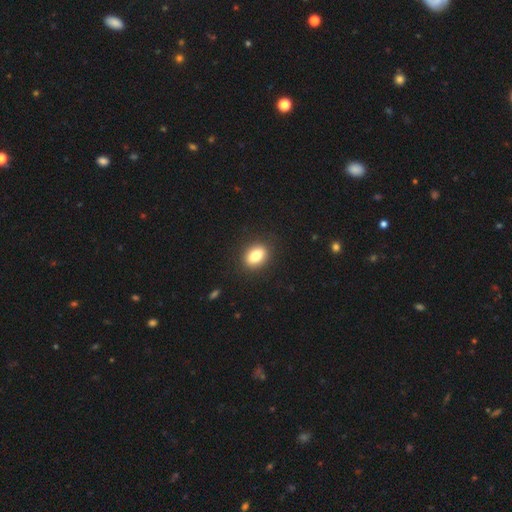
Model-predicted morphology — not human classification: Overall: smooth (82%). How rounded: in between (77%). Merging: none (88%).